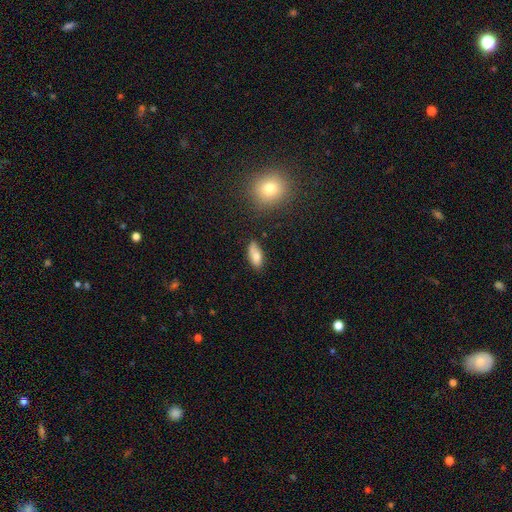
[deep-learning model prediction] This appears to be a smooth galaxy with no disk features (75%) that is in between round and cigar-shaped (85%). Merging: none (68%).